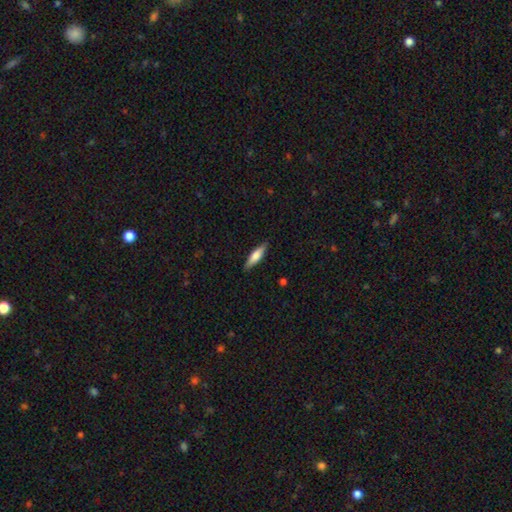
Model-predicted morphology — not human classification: This appears to be a smooth galaxy with no disk features (66%) that is cigar-shaped (67%). Merging: none (87%).